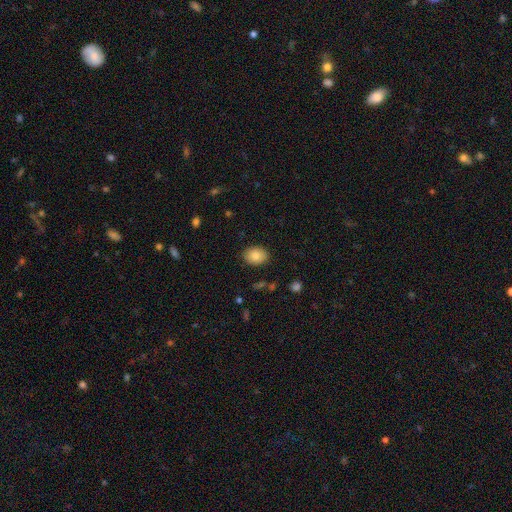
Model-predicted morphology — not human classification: A smooth galaxy with no disk features (84%) that is in between round and cigar-shaped (75%). Merging: none (88%).